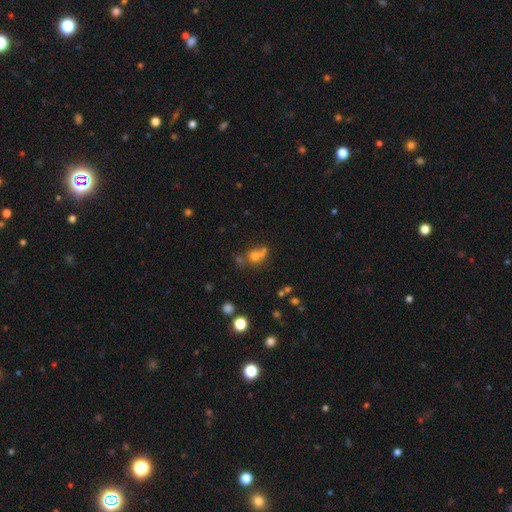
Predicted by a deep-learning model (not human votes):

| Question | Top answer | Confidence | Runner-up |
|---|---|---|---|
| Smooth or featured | smooth | 64% | star or artifact (21%) |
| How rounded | round | 71% | in between (27%) |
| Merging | merger | 42% | none (37%) |